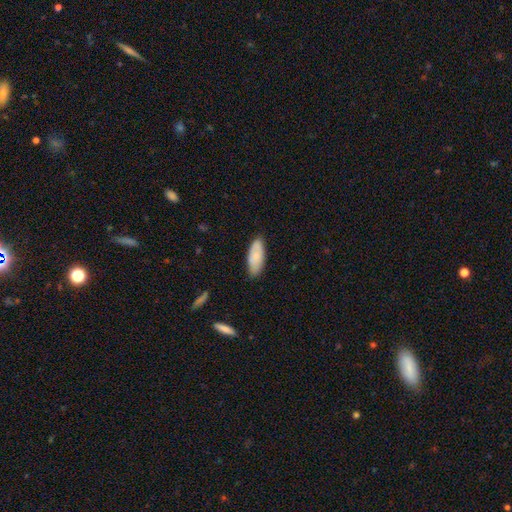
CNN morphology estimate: Smooth or featured? Predicted: smooth (p=0.78). How rounded? Predicted: in between (p=0.81). Merging? Predicted: none (p=0.79).